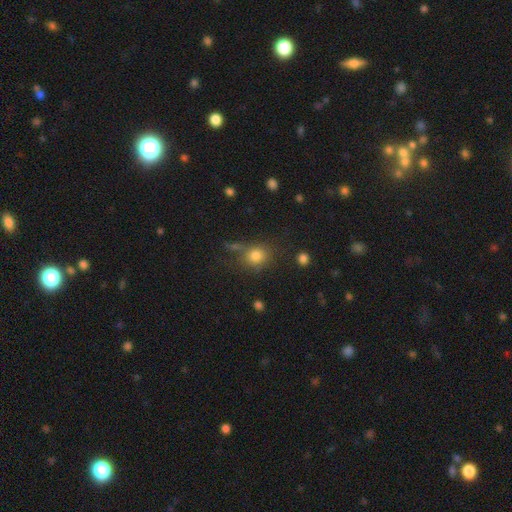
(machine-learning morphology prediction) smooth 80%, star or artifact 12%, featured or disk 8%. Down the decision tree: how rounded — round (74%); merging — none (67%).